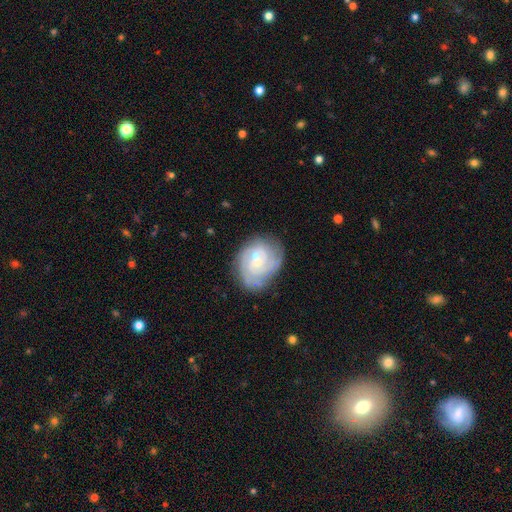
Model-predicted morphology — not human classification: Smooth or featured? Predicted: featured or disk (p=0.79). Edge-on disk? Predicted: no (p=0.98). Bar? Predicted: no (p=0.66). Spiral arms? Predicted: yes (p=0.92). Spiral winding? Predicted: tight (p=0.69). Spiral arm count? Predicted: can't tell (p=0.36). Bulge size? Predicted: small (p=0.71). Merging? Predicted: none (p=0.65).